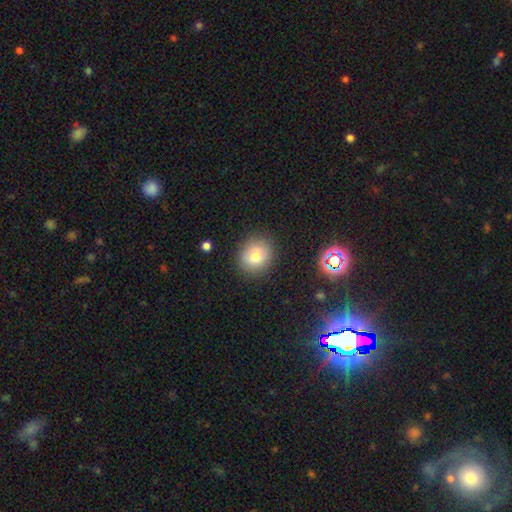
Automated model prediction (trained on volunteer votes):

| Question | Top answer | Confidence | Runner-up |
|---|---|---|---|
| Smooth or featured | smooth | 77% | star or artifact (12%) |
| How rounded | round | 75% | in between (24%) |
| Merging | none | 86% | minor disturbance (10%) |